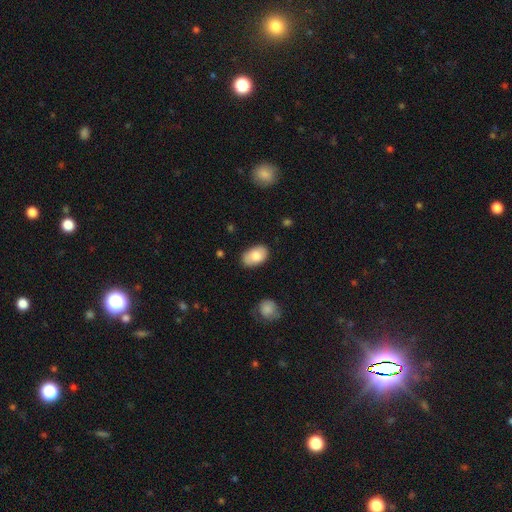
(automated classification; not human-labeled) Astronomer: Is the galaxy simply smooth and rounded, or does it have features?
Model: smooth — 81%.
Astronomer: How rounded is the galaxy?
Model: in between — 93%.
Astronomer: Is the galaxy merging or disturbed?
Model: none — 81%.